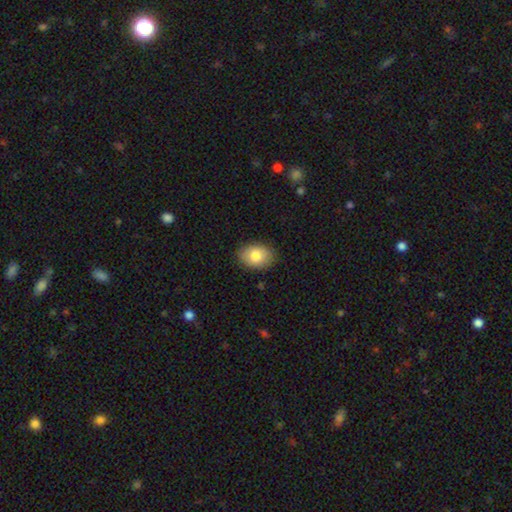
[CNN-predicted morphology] A smooth galaxy with no disk features (83%) that is in between round and cigar-shaped (79%).

Vote fractions:
- Smooth or featured? smooth: 83% / featured or disk: 11% / star or artifact: 7%
- How rounded? in between: 79% / round: 20% / cigar-shaped: 1%
- Merging? none: 87% / minor disturbance: 10% / major disturbance: 2% / merger: 1%